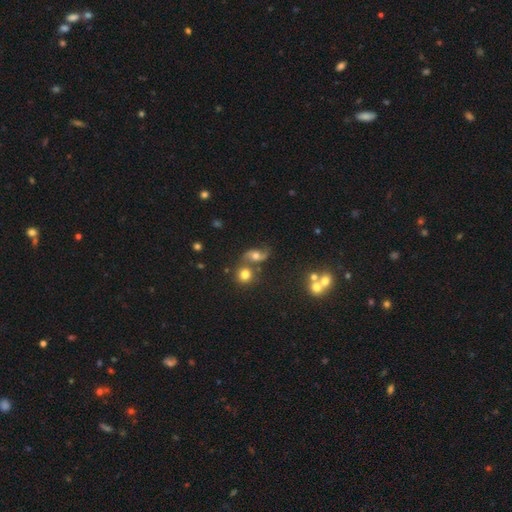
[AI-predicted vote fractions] smooth_or_featured: featured or disk (p=0.63) [alt: smooth p=0.24]
disk_edge_on: no (p=0.96) [alt: yes p=0.04]
bar: no (p=0.64) [alt: weak p=0.29]
has_spiral_arms: yes (p=0.89) [alt: no p=0.11]
spiral_winding: loose (p=0.67) [alt: medium p=0.27]
spiral_arm_count: 2 (p=0.92) [alt: 1 p=0.03]
bulge_size: moderate (p=0.61) [alt: large p=0.18]
merging: none (p=0.55) [alt: merger p=0.22]